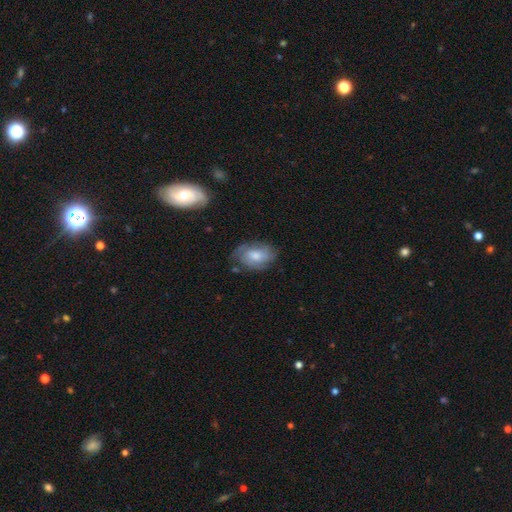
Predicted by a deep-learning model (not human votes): smooth 48%, featured or disk 45%, star or artifact 7%. Down the decision tree: merging — none (60%).